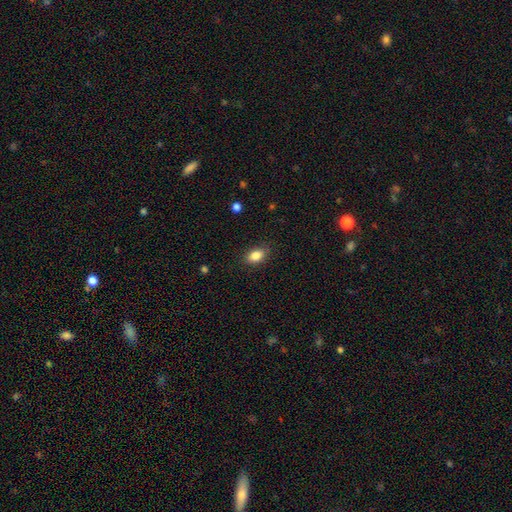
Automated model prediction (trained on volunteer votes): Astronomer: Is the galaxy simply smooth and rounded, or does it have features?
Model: smooth — 85%.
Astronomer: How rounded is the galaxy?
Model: in between — 82%.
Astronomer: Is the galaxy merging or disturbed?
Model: none — 85%.